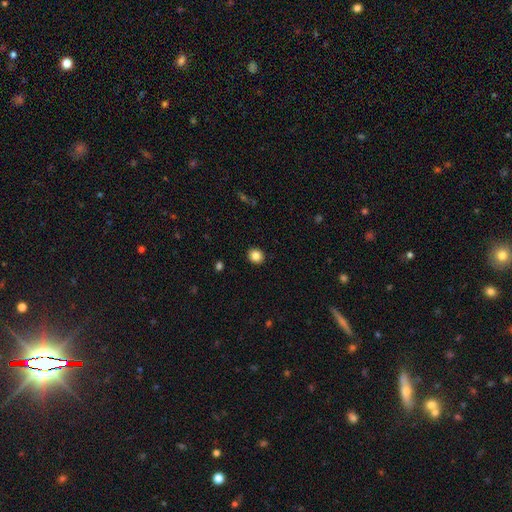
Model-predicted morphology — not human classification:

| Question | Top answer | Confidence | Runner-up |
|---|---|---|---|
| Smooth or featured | smooth | 85% | star or artifact (10%) |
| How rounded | round | 81% | in between (18%) |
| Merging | none | 92% | minor disturbance (6%) |